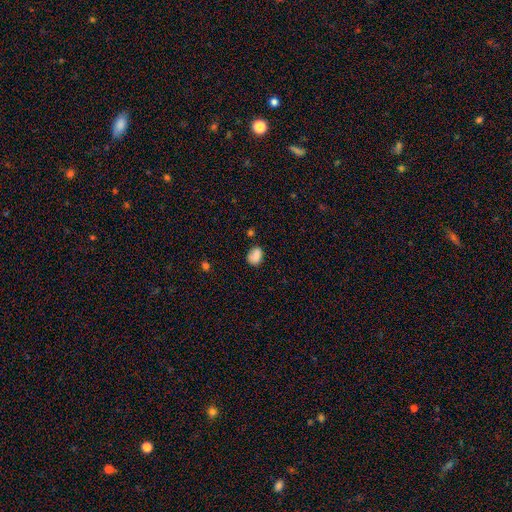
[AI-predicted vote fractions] Smooth or featured?
  - smooth: 82% *
  - star or artifact: 9%
  - featured or disk: 9%
How rounded?
  - in between: 70% *
  - round: 28%
  - cigar-shaped: 1%
Merging?
  - none: 67% *
  - minor disturbance: 23%
  - major disturbance: 5%
  - merger: 5%